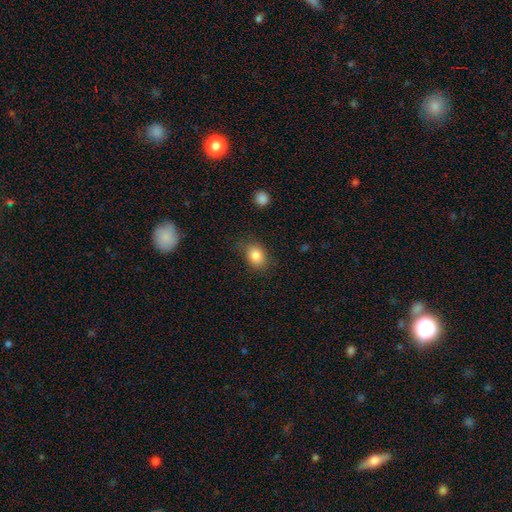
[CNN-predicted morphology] type=smooth (84%); roundness=in between (64%); merging=none (79%).